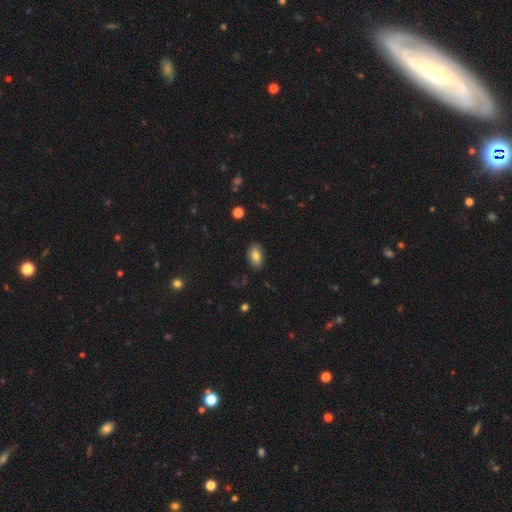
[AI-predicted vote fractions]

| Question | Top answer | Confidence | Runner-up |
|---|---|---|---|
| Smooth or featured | smooth | 81% | featured or disk (11%) |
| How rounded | in between | 91% | round (7%) |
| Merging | none | 87% | minor disturbance (10%) |